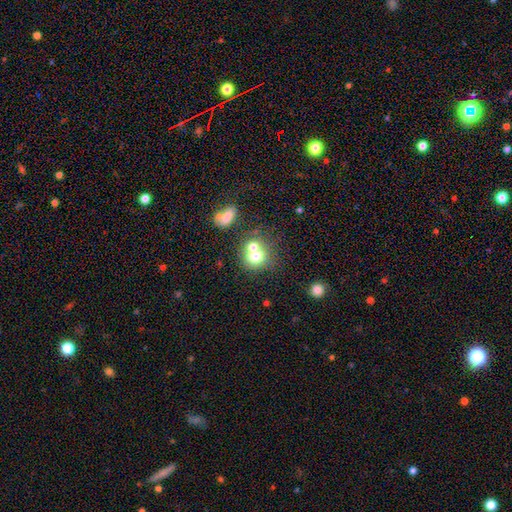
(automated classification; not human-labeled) Smooth or featured? Predicted: smooth (p=0.67). How rounded? Predicted: round (p=0.77). Merging? Predicted: merger (p=0.51).